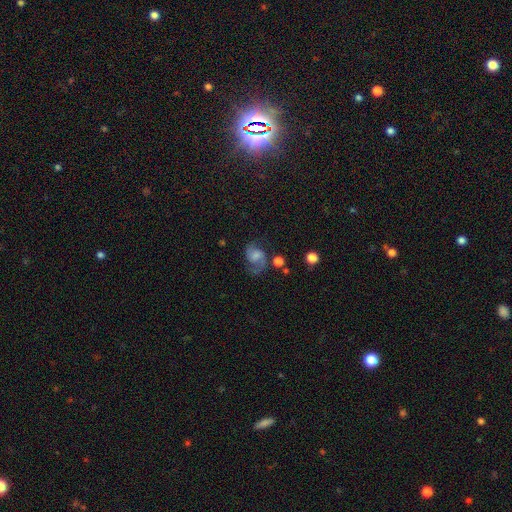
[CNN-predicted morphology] Smooth or featured?
  - featured or disk: 68% *
  - smooth: 22%
  - star or artifact: 10%
Edge-on disk?
  - no: 98% *
  - yes: 2%
Bar?
  - no: 48% *
  - weak: 43%
  - strong: 9%
Spiral arms?
  - yes: 93% *
  - no: 7%
Spiral winding?
  - medium: 49% *
  - loose: 36%
  - tight: 15%
Spiral arm count?
  - 2: 82% *
  - 1: 10%
  - can't tell: 5%
  - 3: 1%
  - 4: 1%
  - more than 4: 1%
Bulge size?
  - small: 30% *
  - moderate: 29%
  - none: 26%
  - large: 12%
  - dominant: 3%
Merging?
  - none: 58% *
  - minor disturbance: 21%
  - major disturbance: 17%
  - merger: 5%